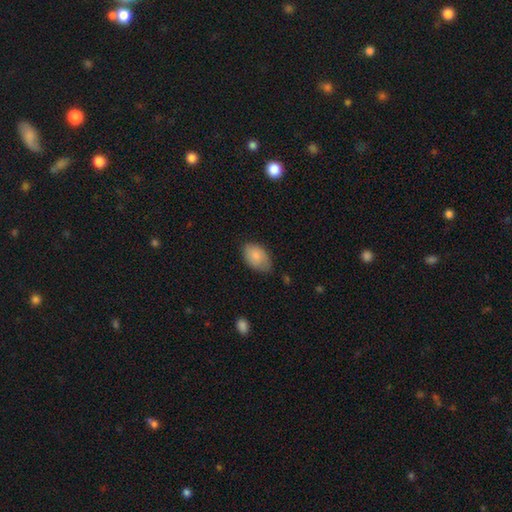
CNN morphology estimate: smooth-or-featured: smooth: 83% | featured or disk: 10% | star or artifact: 7%
  how-rounded: in between: 88% | round: 11% | cigar-shaped: 1%
  merging: none: 67% | minor disturbance: 27% | major disturbance: 5% | merger: 1%